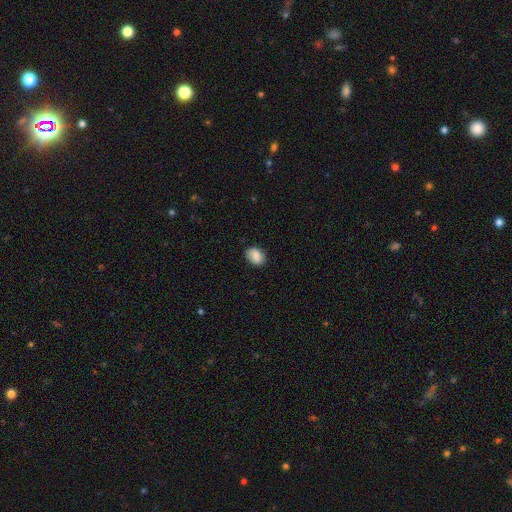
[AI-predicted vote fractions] A smooth galaxy with no disk features (87%) that is in between round and cigar-shaped (71%).

Vote fractions:
- Smooth or featured? smooth: 87% / star or artifact: 8% / featured or disk: 6%
- How rounded? in between: 71% / round: 28% / cigar-shaped: 1%
- Merging? none: 82% / minor disturbance: 14% / major disturbance: 3% / merger: 1%